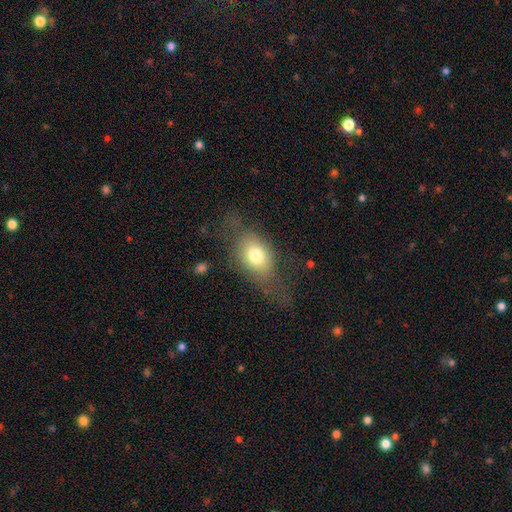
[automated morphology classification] A smooth galaxy with no disk features (69%) that is in between round and cigar-shaped (70%).

Vote fractions:
- Smooth or featured? smooth: 69% / featured or disk: 21% / star or artifact: 10%
- How rounded? in between: 70% / round: 27% / cigar-shaped: 3%
- Merging? none: 45% / major disturbance: 29% / minor disturbance: 24% / merger: 2%